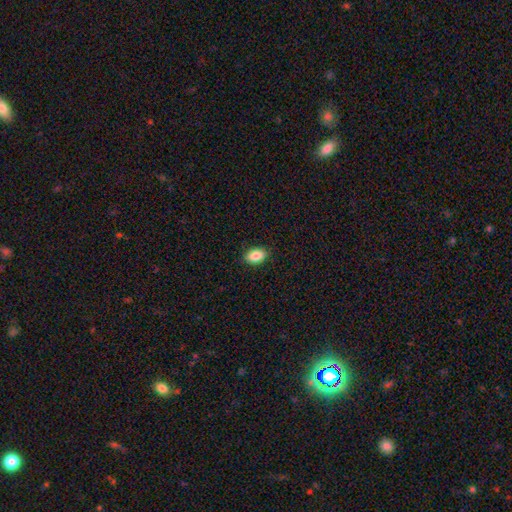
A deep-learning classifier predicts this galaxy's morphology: Smooth or featured: smooth — 87% (star or artifact — 8%)
How rounded: in between — 89% (round — 9%)
Merging: none — 88% (minor disturbance — 9%)